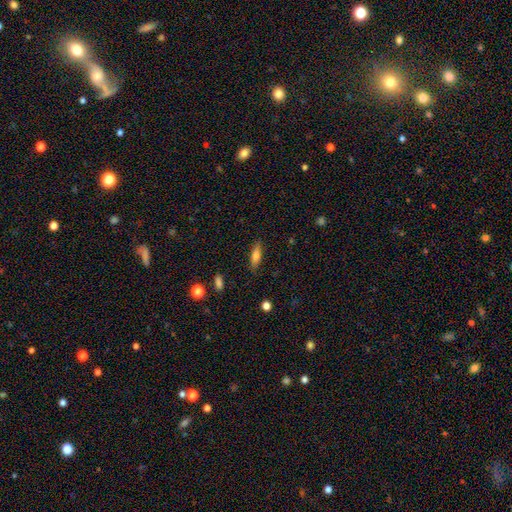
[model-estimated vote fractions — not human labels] Smooth or featured: smooth — 74% (featured or disk — 18%)
How rounded: in between — 50% (cigar-shaped — 48%)
Merging: none — 84% (minor disturbance — 12%)